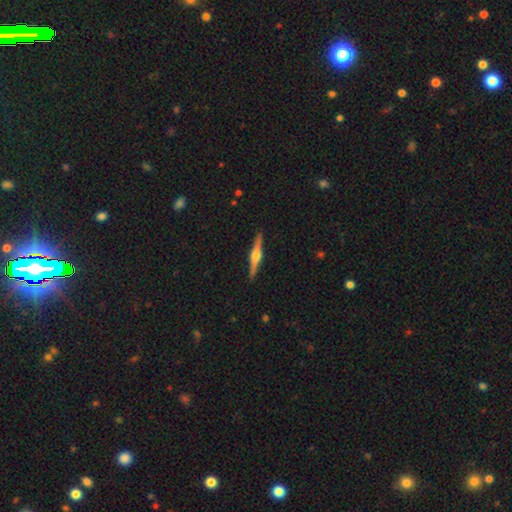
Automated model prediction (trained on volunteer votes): Smooth or featured? featured or disk (81%)
Edge-on disk? yes (98%)
Edge-on bulge? rounded (92%)
Merging? none (92%)